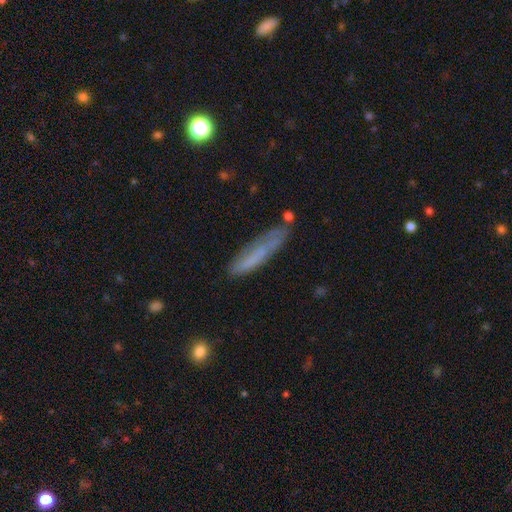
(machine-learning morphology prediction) Overall: smooth (62%; featured or disk 30%). How rounded: cigar-shaped (87%). Merging: none (65%).